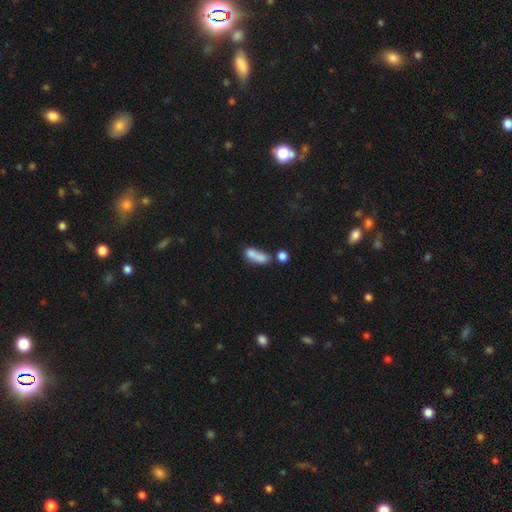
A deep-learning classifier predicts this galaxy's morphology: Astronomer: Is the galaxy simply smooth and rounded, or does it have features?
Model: smooth — 72%.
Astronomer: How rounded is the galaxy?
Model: in between — 66%.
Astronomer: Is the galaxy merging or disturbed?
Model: merger — 52%.